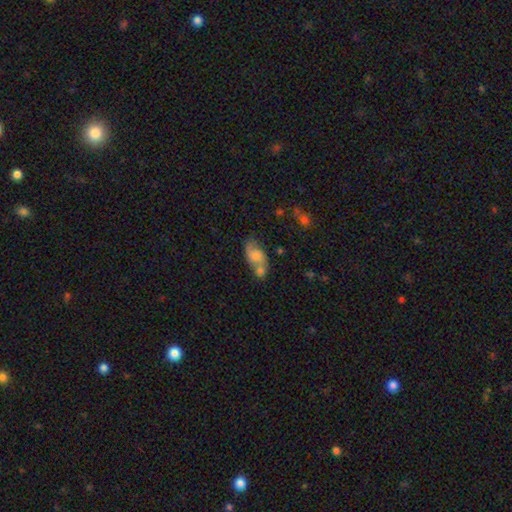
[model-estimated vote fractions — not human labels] smooth 55%, featured or disk 36%, star or artifact 9%. Down the decision tree: how rounded — in between (84%); merging — merger (45%).